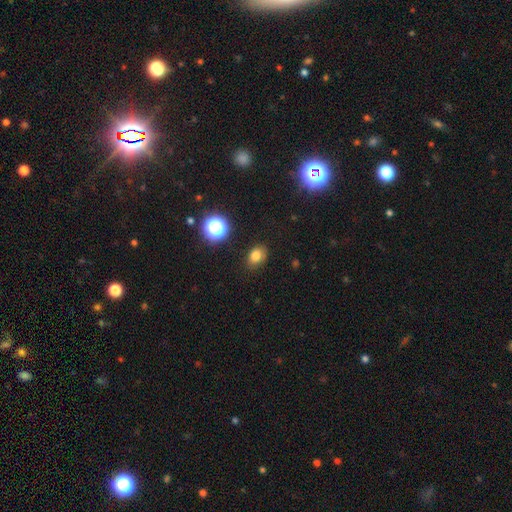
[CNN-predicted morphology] smooth-or-featured: smooth: 79% | star or artifact: 14% | featured or disk: 7%
  how-rounded: in between: 64% | round: 35% | cigar-shaped: 1%
  merging: none: 86% | minor disturbance: 10% | major disturbance: 3% | merger: 1%